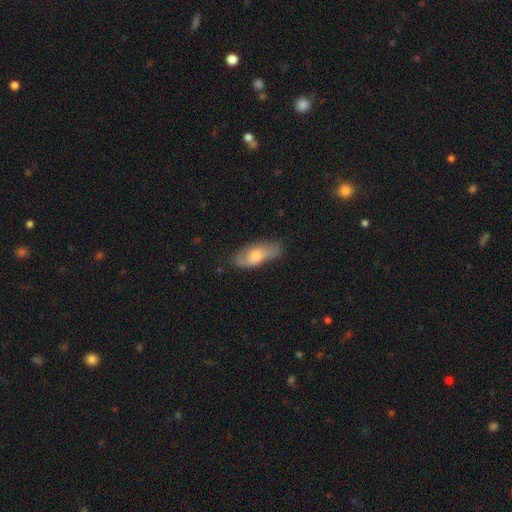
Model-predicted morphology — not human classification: This is possibly a smooth galaxy (52%). How rounded: clearly in between (81%). Merging: likely none (65%).